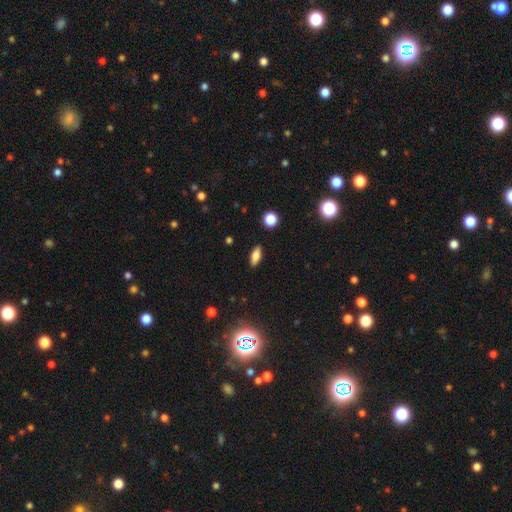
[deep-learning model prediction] Morphology: type=smooth (72%); roundness=in between (74%); merging=none (88%).